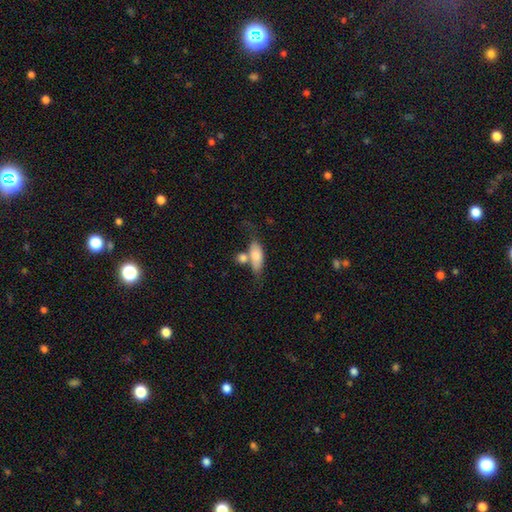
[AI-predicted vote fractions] smooth-or-featured: smooth: 74% | featured or disk: 19% | star or artifact: 7%
  how-rounded: in between: 76% | cigar-shaped: 18% | round: 6%
  merging: merger: 37% | none: 34% | minor disturbance: 18% | major disturbance: 11%